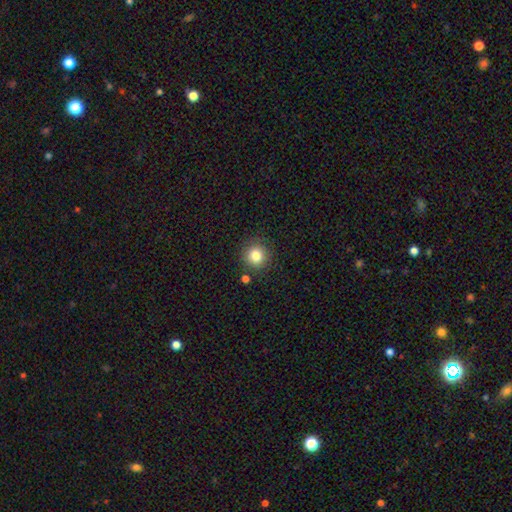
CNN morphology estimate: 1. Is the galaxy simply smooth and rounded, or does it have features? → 82% smooth, 11% star or artifact, 7% featured or disk.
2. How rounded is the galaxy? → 92% round, 7% in between, 1% cigar-shaped.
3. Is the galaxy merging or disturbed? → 85% none, 8% minor disturbance, 4% merger, 3% major disturbance.